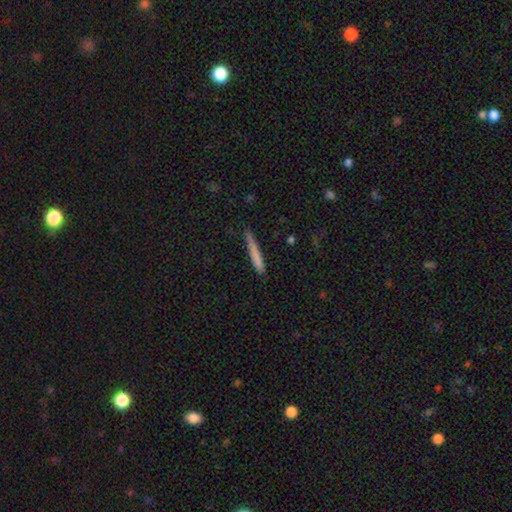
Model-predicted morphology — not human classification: Smooth or featured: smooth — 76% (featured or disk — 17%)
How rounded: cigar-shaped — 96% (in between — 3%)
Merging: none — 79% (minor disturbance — 16%)